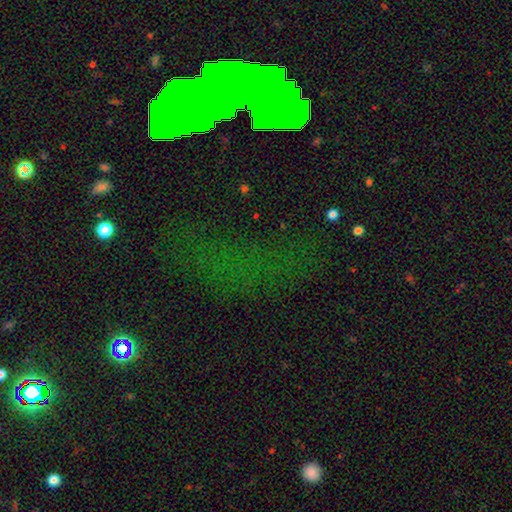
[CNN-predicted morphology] Smooth or featured?
  - star or artifact: 50% *
  - featured or disk: 30%
  - smooth: 21%